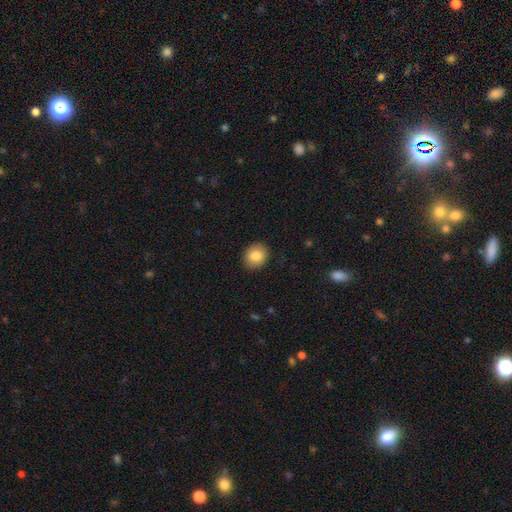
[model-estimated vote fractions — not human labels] Overall: smooth (85%). How rounded: round (63%; in between 37%). Merging: none (89%).